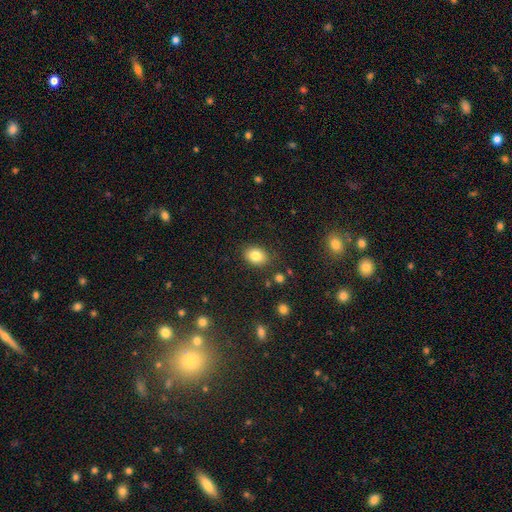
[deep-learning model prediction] This appears to be a smooth galaxy with no disk features (83%) that is in between round and cigar-shaped (65%). Merging: none (84%).